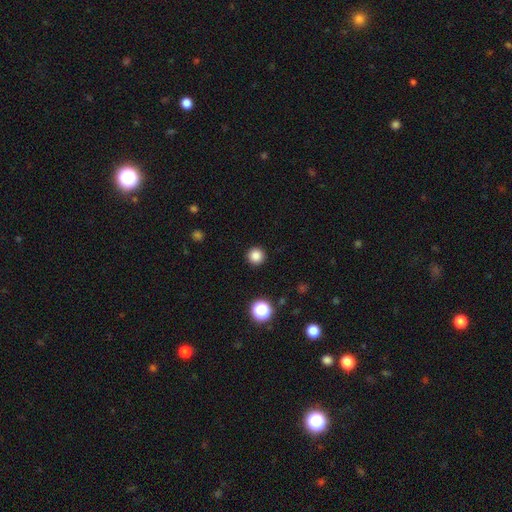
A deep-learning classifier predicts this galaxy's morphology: The model was most divided on "smooth or featured": smooth: 84%, star or artifact: 12%, featured or disk: 3%. More confident: how rounded — round (96%); merging — none (93%).